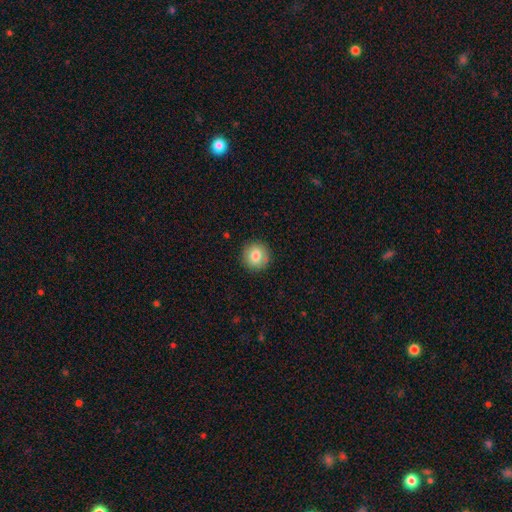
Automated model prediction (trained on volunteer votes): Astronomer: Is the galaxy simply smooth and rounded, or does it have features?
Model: smooth — 82%.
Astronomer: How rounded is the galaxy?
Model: round — 92%.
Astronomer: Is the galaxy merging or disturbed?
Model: none — 91%.